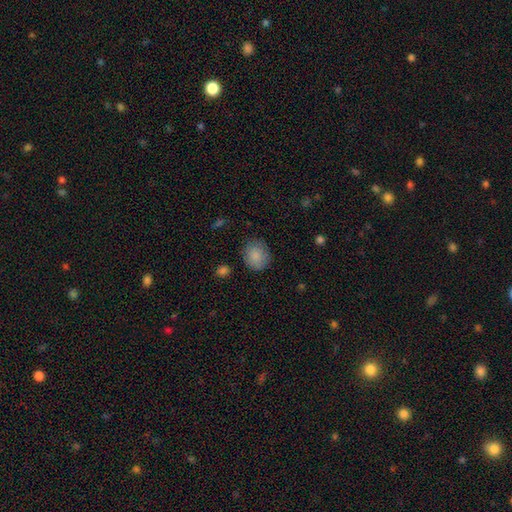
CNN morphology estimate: This is clearly a smooth galaxy (86%). How rounded: likely round (72%). Merging: clearly none (80%).